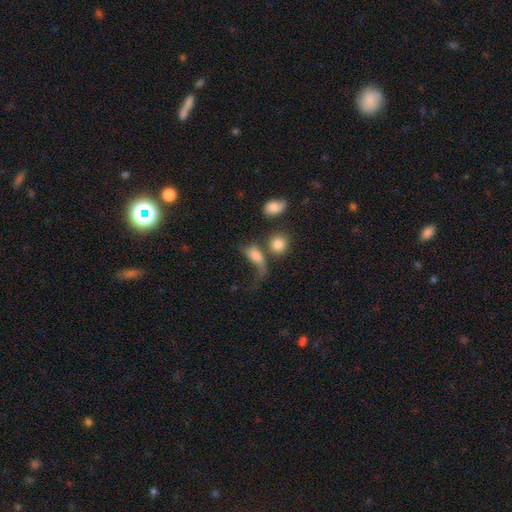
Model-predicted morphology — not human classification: A smooth galaxy with no disk features (71%) that is in between round and cigar-shaped (73%).

Vote fractions:
- Smooth or featured? smooth: 71% / featured or disk: 18% / star or artifact: 11%
- How rounded? in between: 73% / round: 21% / cigar-shaped: 6%
- Merging? major disturbance: 39% / merger: 25% / none: 22% / minor disturbance: 15%